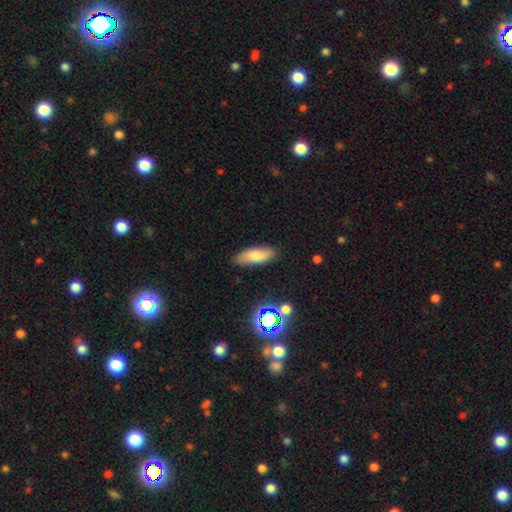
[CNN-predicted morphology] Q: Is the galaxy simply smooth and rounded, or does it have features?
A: smooth — 75%.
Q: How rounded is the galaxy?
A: in between — 67%.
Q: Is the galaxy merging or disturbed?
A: none — 83%.